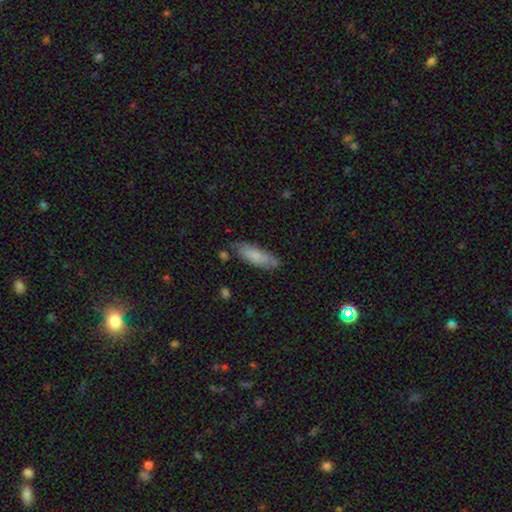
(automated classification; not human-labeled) The model was most divided on "how rounded": in between: 55%, cigar-shaped: 44%, round: 2%. More confident: smooth or featured — smooth (74%); merging — none (69%).